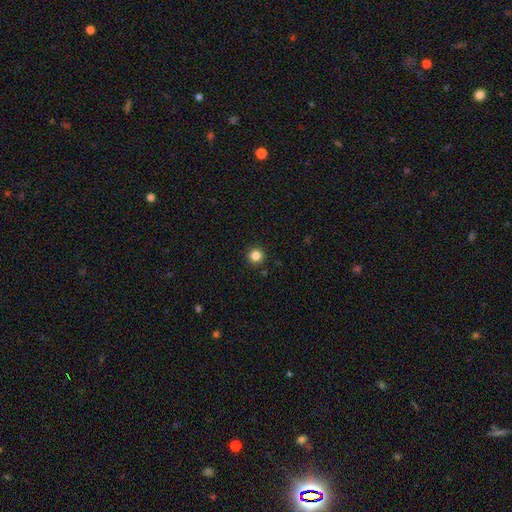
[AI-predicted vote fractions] Smooth or featured? smooth (83%)
How rounded? round (96%)
Merging? none (93%)